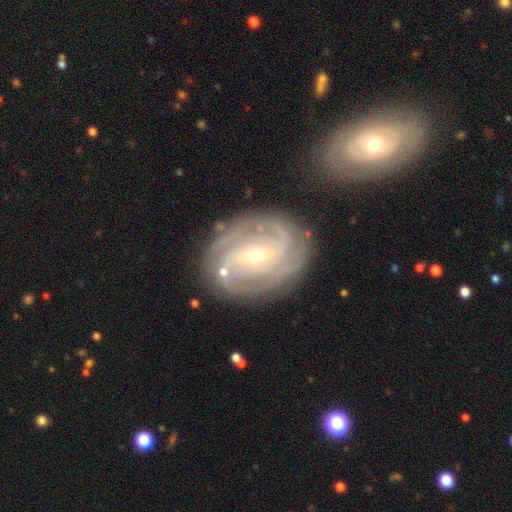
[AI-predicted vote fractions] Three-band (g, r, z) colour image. It shows a featured or disk galaxy (89%) with a weak bar (40%), 3 (28%) tight (62%) spiral arms (97%) and a small central bulge (65%). Merging: none (74%).